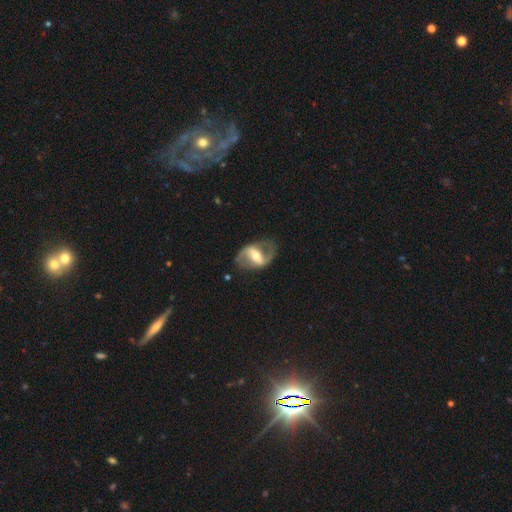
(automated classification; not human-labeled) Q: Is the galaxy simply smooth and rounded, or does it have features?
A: featured or disk — 83%.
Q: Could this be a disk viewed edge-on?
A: no — 94%.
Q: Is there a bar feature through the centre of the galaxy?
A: strong — 59%.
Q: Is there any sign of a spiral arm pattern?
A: yes — 82%.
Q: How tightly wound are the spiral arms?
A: loose — 44%.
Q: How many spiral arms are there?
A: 2 — 89%.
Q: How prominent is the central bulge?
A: moderate — 62%.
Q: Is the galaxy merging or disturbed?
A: none — 77%.